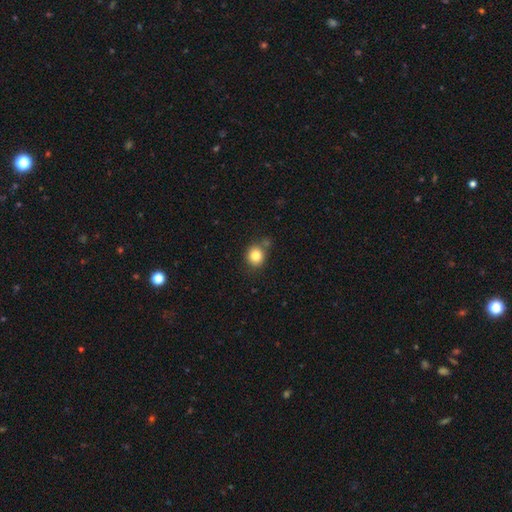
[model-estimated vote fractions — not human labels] Smooth or featured? Predicted: smooth (p=0.82). How rounded? Predicted: round (p=0.82). Merging? Predicted: none (p=0.72).